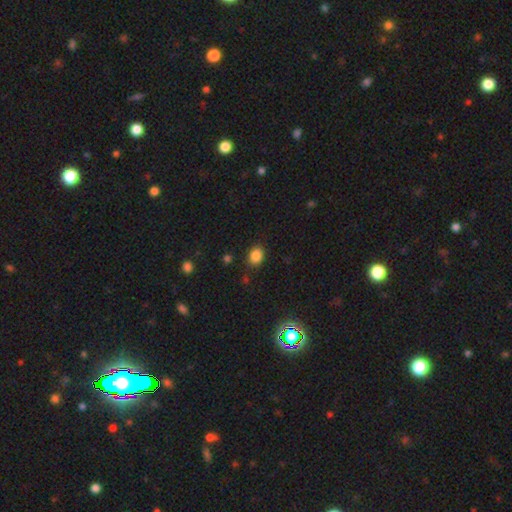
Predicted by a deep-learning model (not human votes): A smooth galaxy with no disk features (84%) that is in between round and cigar-shaped (58%). Merging: none (84%).